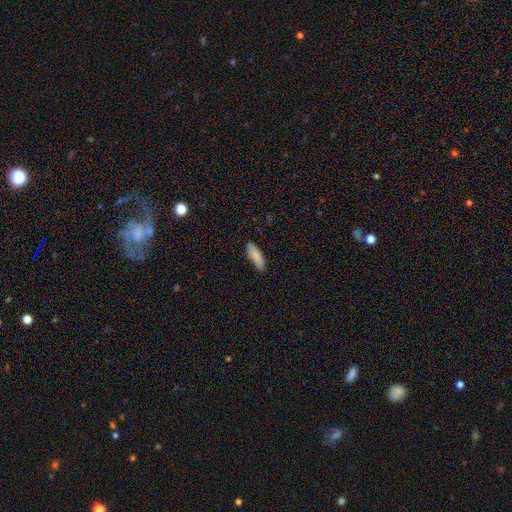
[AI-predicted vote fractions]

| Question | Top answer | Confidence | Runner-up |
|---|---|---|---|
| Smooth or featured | smooth | 86% | featured or disk (8%) |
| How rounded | in between | 55% | cigar-shaped (43%) |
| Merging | none | 81% | minor disturbance (16%) |